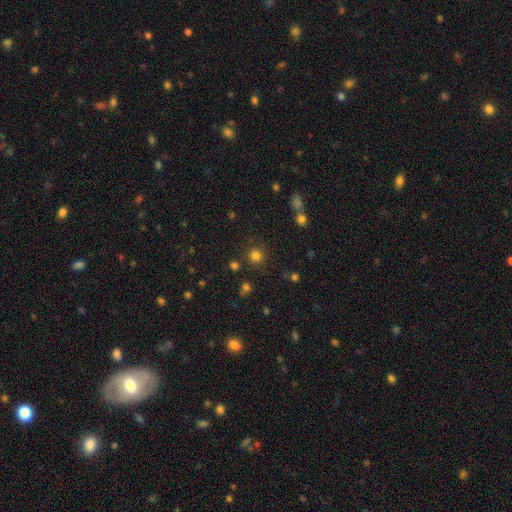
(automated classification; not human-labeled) A smooth galaxy with no disk features (79%) that is round (93%).

Vote fractions:
- Smooth or featured? smooth: 79% / star or artifact: 16% / featured or disk: 5%
- How rounded? round: 93% / in between: 6% / cigar-shaped: 1%
- Merging? none: 85% / minor disturbance: 8% / merger: 4% / major disturbance: 3%